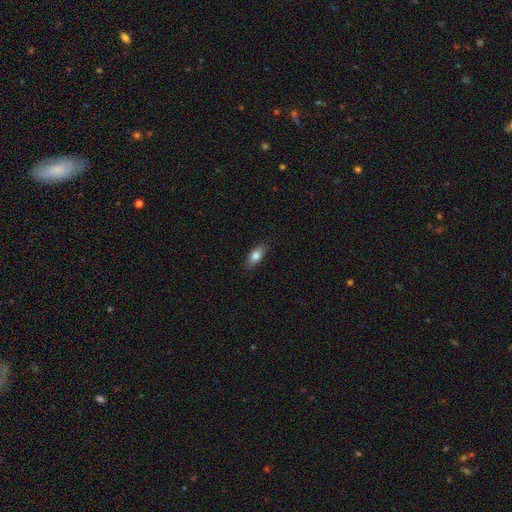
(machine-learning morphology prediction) type=smooth (79%); roundness=in between (82%); merging=none (87%).